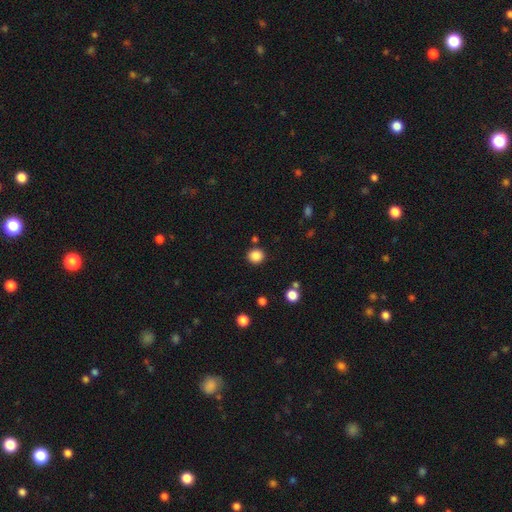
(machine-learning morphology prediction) Overall: smooth (86%). How rounded: round (87%). Merging: none (87%).